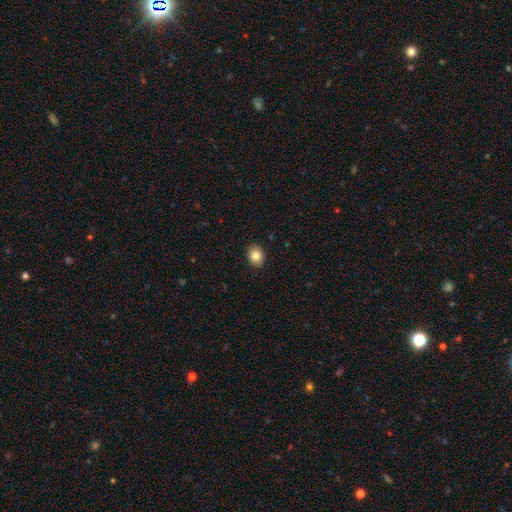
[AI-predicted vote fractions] The model was most divided on "how rounded": in between: 61%, round: 38%, cigar-shaped: 1%. More confident: merging — none (90%); smooth or featured — smooth (85%).